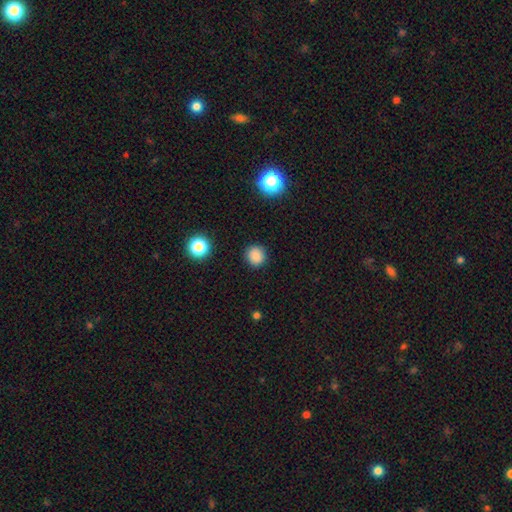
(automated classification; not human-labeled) Smooth or featured?
  - smooth: 85% *
  - star or artifact: 12%
  - featured or disk: 3%
How rounded?
  - round: 90% *
  - in between: 9%
  - cigar-shaped: 1%
Merging?
  - none: 89% *
  - minor disturbance: 7%
  - major disturbance: 2%
  - merger: 1%